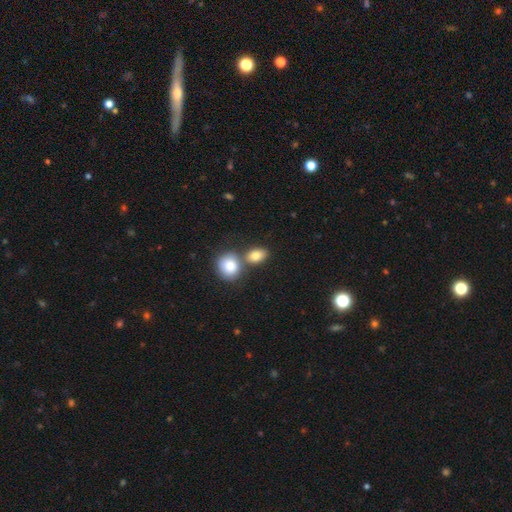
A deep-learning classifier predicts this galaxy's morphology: Smooth or featured? Predicted: smooth (p=0.83). How rounded? Predicted: in between (p=0.71). Merging? Predicted: none (p=0.49).